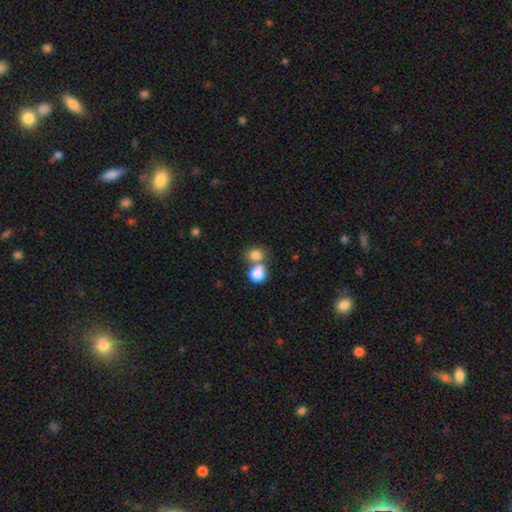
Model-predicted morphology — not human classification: This appears to be a smooth galaxy with no disk features (81%) that is round (64%). Merging: merger (46%).